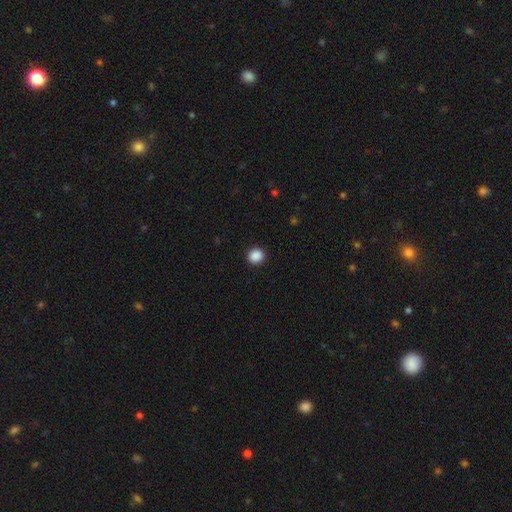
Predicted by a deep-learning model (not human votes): A smooth galaxy with no disk features (89%) that is round (85%).

Vote fractions:
- Smooth or featured? smooth: 89% / star or artifact: 9% / featured or disk: 2%
- How rounded? round: 85% / in between: 14% / cigar-shaped: 1%
- Merging? none: 92% / minor disturbance: 5% / major disturbance: 2% / merger: 1%